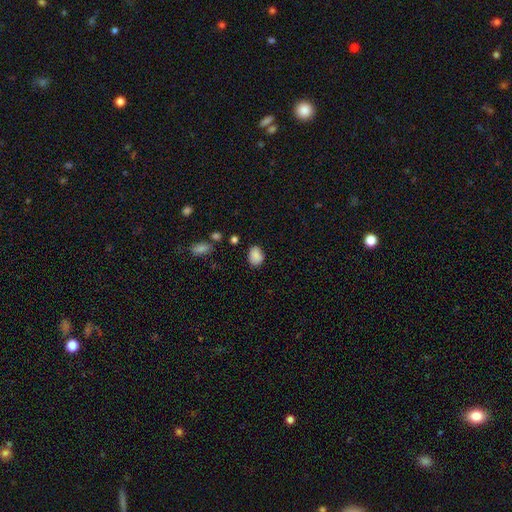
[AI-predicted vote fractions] The model was most divided on "how rounded": in between: 73%, round: 26%, cigar-shaped: 1%. More confident: smooth or featured — smooth (87%); merging — none (79%).